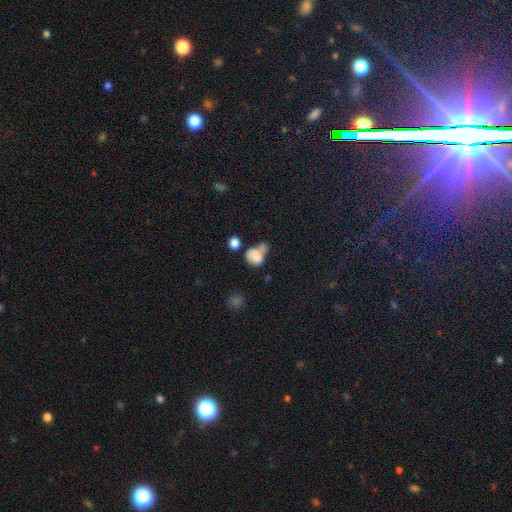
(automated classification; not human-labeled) smooth 71%, featured or disk 18%, star or artifact 11%. Down the decision tree: how rounded — in between (52%); merging — merger (45%).